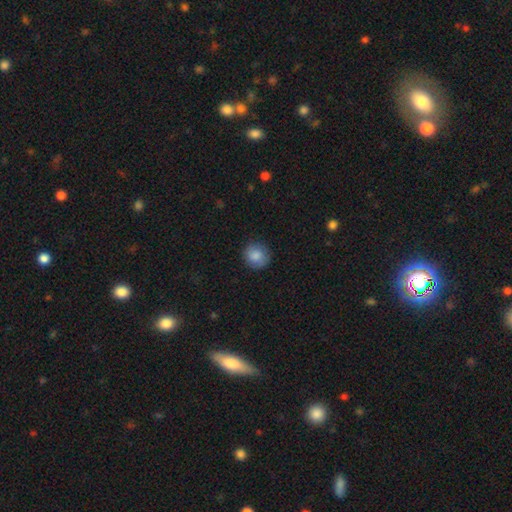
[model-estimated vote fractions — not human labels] Smooth or featured: smooth — 85% (star or artifact — 8%)
How rounded: round — 90% (in between — 9%)
Merging: none — 85% (minor disturbance — 11%)